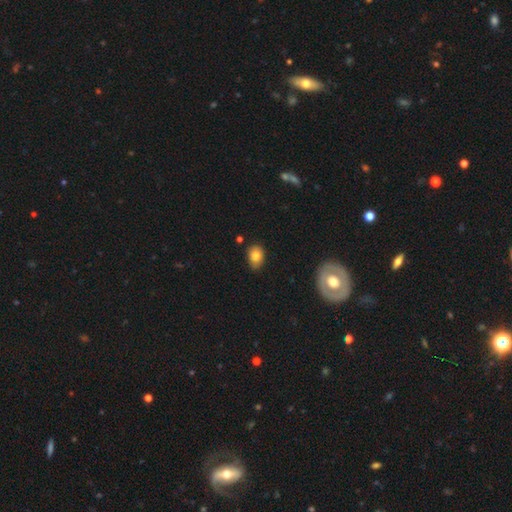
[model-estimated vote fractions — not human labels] This appears to be a smooth galaxy with no disk features (81%) that is in between round and cigar-shaped (72%). Merging: none (69%).